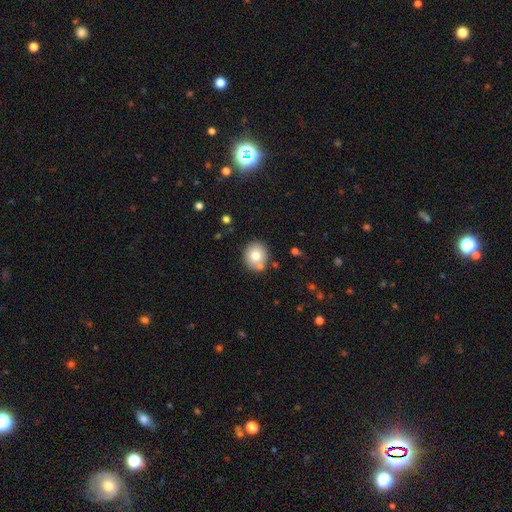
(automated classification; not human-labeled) Smooth or featured: smooth — 77% (featured or disk — 13%)
How rounded: round — 81% (in between — 18%)
Merging: none — 73% (minor disturbance — 12%)